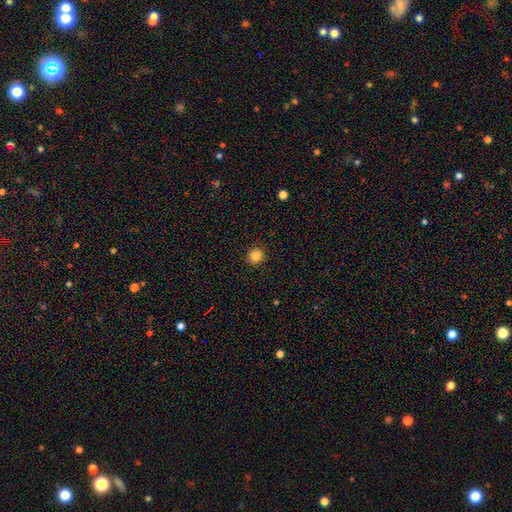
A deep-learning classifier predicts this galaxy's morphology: smooth_or_featured: smooth (p=0.85) [alt: star or artifact p=0.11]
how_rounded: round (p=0.86) [alt: in between p=0.13]
merging: none (p=0.91) [alt: minor disturbance p=0.06]